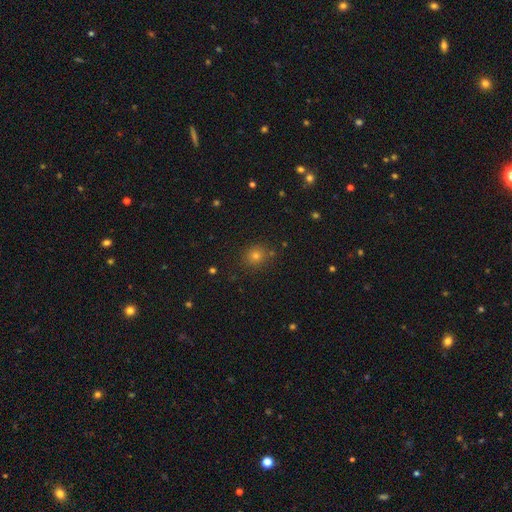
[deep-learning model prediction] Smooth or featured?
  - smooth: 71% *
  - star or artifact: 23%
  - featured or disk: 6%
How rounded?
  - round: 87% *
  - in between: 12%
  - cigar-shaped: 1%
Merging?
  - none: 87% *
  - minor disturbance: 8%
  - merger: 3%
  - major disturbance: 3%